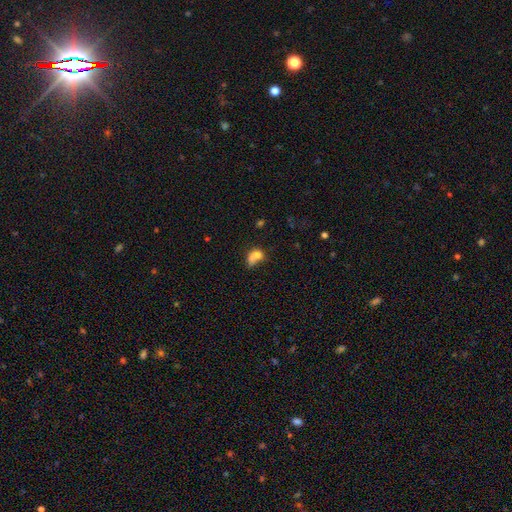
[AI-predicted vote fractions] smooth 70%, featured or disk 18%, star or artifact 12%. Down the decision tree: how rounded — in between (63%); merging — merger (45%).